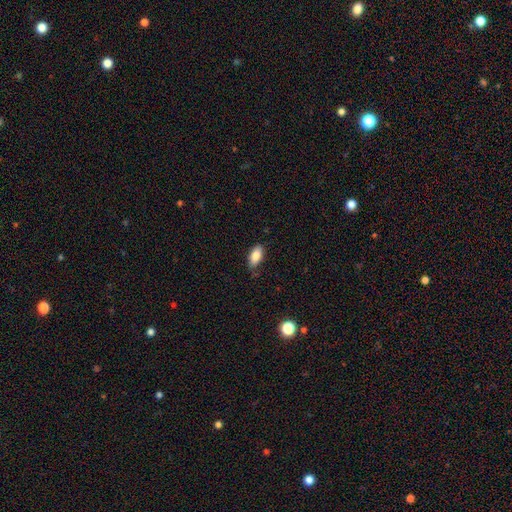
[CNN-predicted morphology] smooth_or_featured: smooth (p=0.84) [alt: featured or disk p=0.08]
how_rounded: in between (p=0.89) [alt: cigar-shaped p=0.07]
merging: none (p=0.79) [alt: minor disturbance p=0.17]